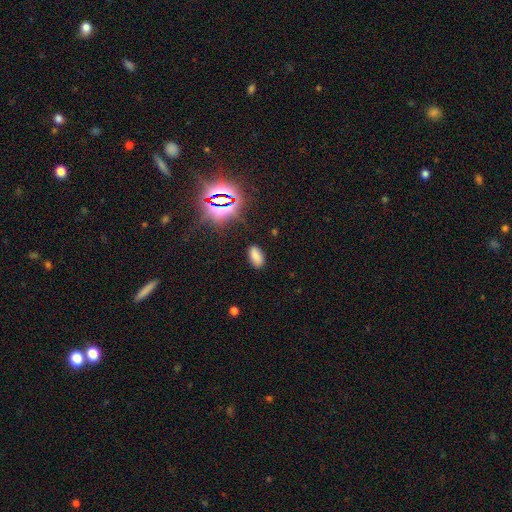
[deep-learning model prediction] Q: Smooth or featured?
A: smooth (74%); runner-up: star or artifact (19%)
Q: How rounded?
A: in between (93%); runner-up: round (4%)
Q: Merging?
A: none (84%); runner-up: minor disturbance (11%)